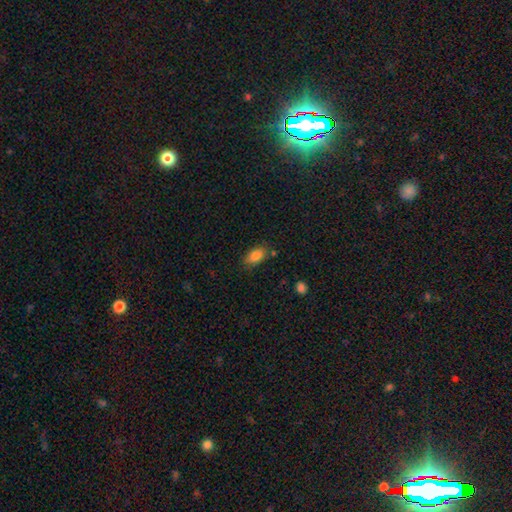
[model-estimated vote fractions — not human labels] Smooth or featured? smooth (84%)
How rounded? in between (89%)
Merging? none (75%)